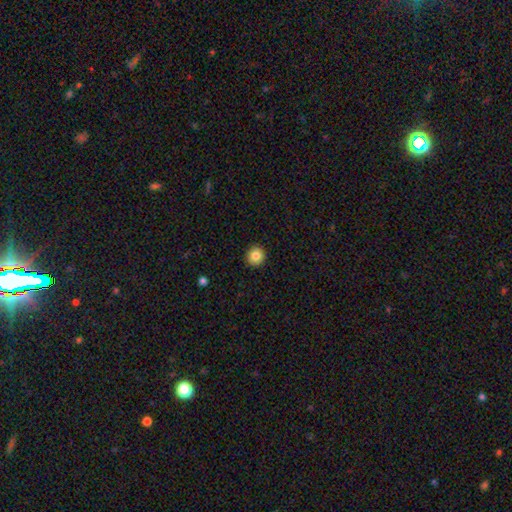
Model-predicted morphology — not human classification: Q: Smooth or featured?
A: smooth (84%); runner-up: star or artifact (10%)
Q: How rounded?
A: round (93%); runner-up: in between (6%)
Q: Merging?
A: none (93%); runner-up: minor disturbance (5%)